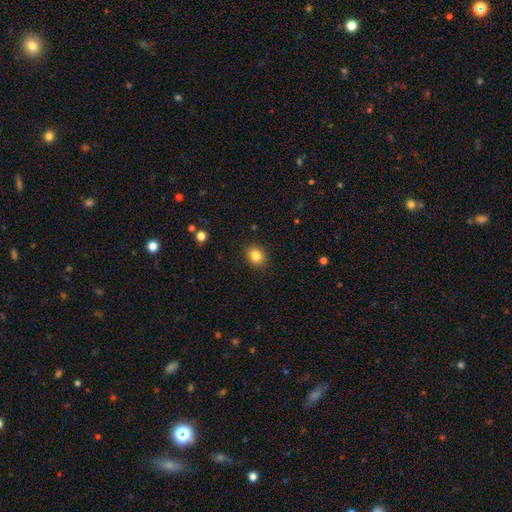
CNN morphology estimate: A smooth galaxy with no disk features (83%) that is round (64%). Merging: none (89%).